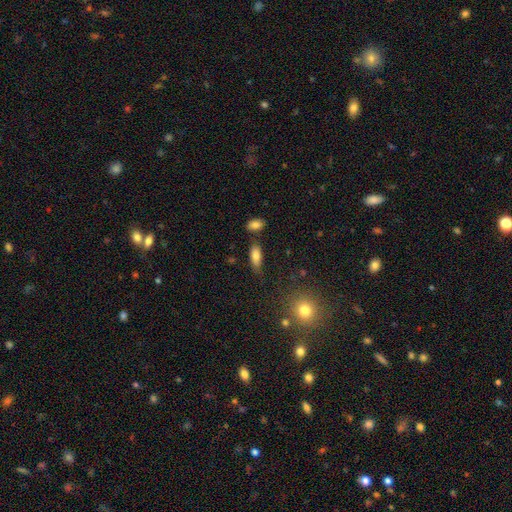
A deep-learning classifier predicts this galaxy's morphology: This appears to be a smooth galaxy with no disk features (81%) that is in between round and cigar-shaped (79%). Merging: none (64%).